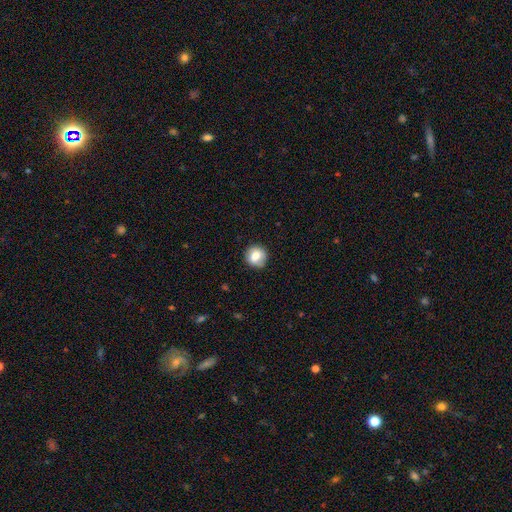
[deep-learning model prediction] Smooth or featured? smooth (78%)
How rounded? round (90%)
Merging? none (86%)